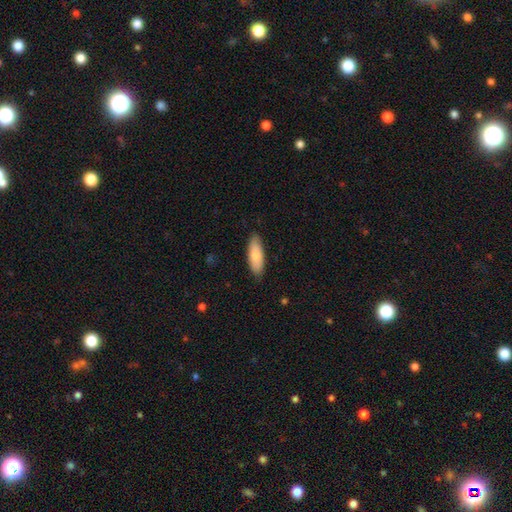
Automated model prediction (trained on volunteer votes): A smooth galaxy with no disk features (83%) that is in between round and cigar-shaped (66%). Merging: none (85%).